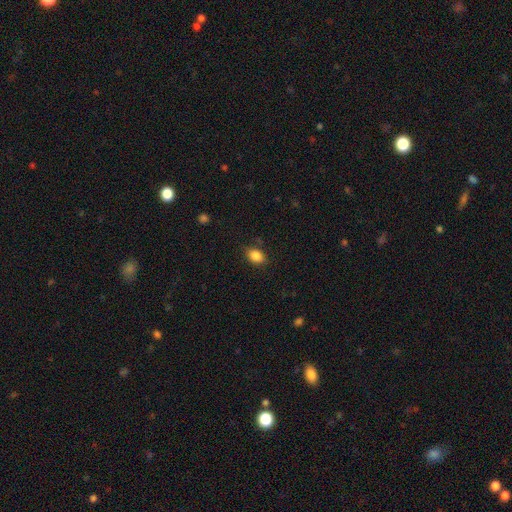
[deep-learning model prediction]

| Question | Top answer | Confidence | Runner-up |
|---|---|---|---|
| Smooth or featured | smooth | 86% | star or artifact (9%) |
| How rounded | in between | 75% | round (24%) |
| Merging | none | 82% | minor disturbance (13%) |